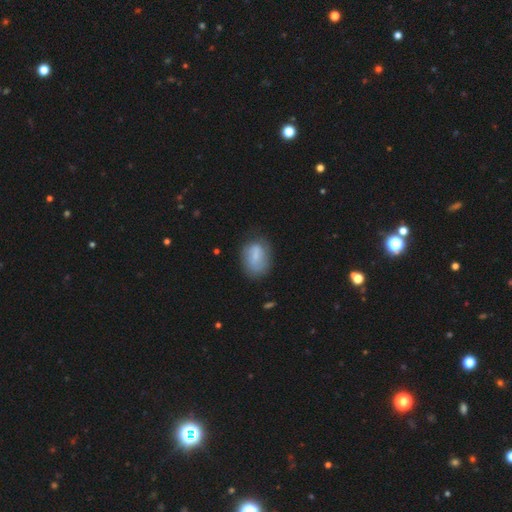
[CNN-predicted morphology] smooth-or-featured: smooth: 66% | featured or disk: 26% | star or artifact: 8%
  how-rounded: in between: 79% | round: 19% | cigar-shaped: 2%
  merging: none: 60% | minor disturbance: 27% | major disturbance: 10% | merger: 3%